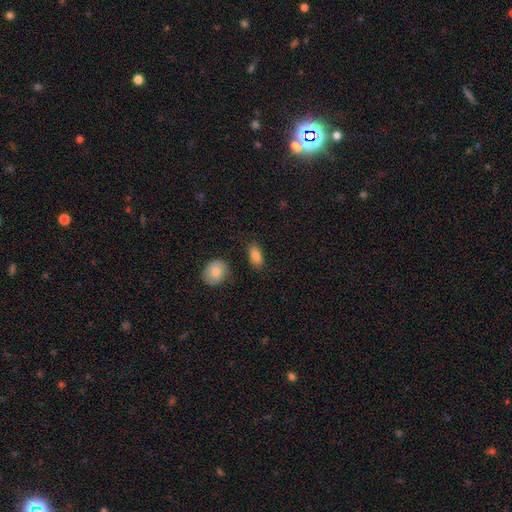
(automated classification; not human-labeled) Smooth or featured?
  - smooth: 86% *
  - star or artifact: 7%
  - featured or disk: 6%
How rounded?
  - in between: 89% *
  - cigar-shaped: 6%
  - round: 5%
Merging?
  - none: 83% *
  - minor disturbance: 11%
  - merger: 3%
  - major disturbance: 3%